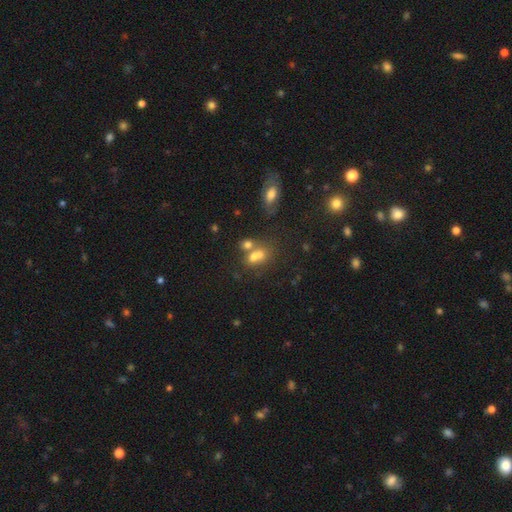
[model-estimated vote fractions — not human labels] smooth-or-featured: smooth: 67% | featured or disk: 17% | star or artifact: 17%
  how-rounded: in between: 67% | round: 30% | cigar-shaped: 3%
  merging: merger: 53% | none: 29% | minor disturbance: 11% | major disturbance: 7%